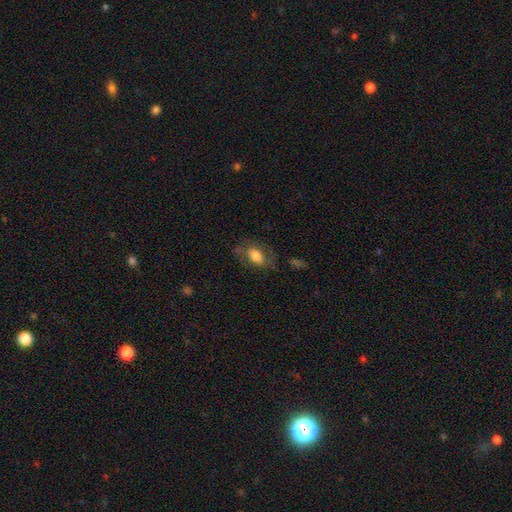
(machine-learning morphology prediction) smooth-or-featured: smooth: 65% | featured or disk: 27% | star or artifact: 8%
  how-rounded: in between: 87% | round: 10% | cigar-shaped: 3%
  merging: none: 63% | minor disturbance: 20% | major disturbance: 15% | merger: 2%